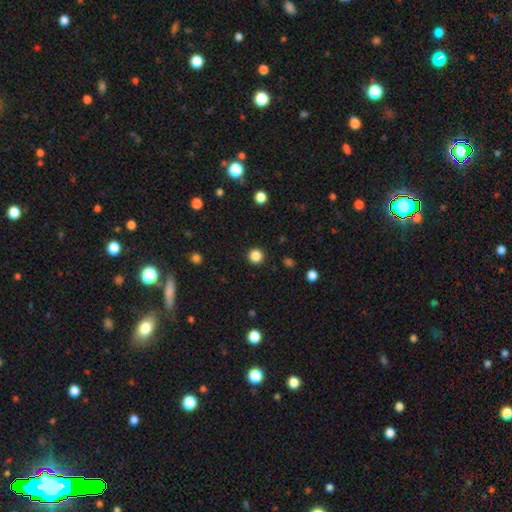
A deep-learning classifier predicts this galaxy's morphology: Overall: smooth (85%). How rounded: round (95%). Merging: none (92%).